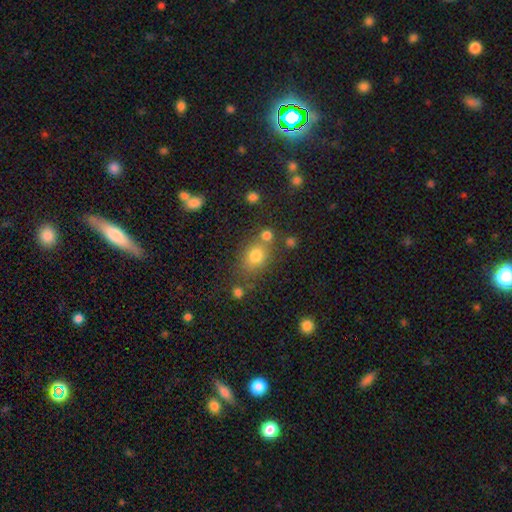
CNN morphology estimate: The model was most divided on "how rounded": in between: 52%, round: 47%, cigar-shaped: 2%. More confident: smooth or featured — smooth (76%); merging — none (64%).